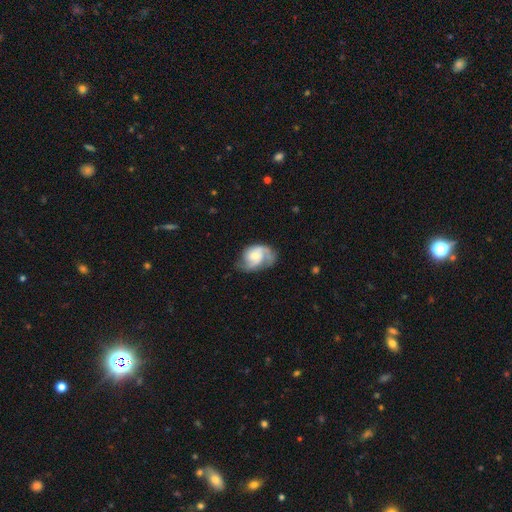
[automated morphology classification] Overall: featured or disk (70%). Edge-on disk: no (97%). Bar: no (63%; weak 31%). Spiral arms: yes (91%). Spiral arm count: 2 (57%). Spiral winding: medium (46%; tight 29%). Bulge size: small (43%; moderate 37%). Merging: none (48%; minor disturbance 28%).